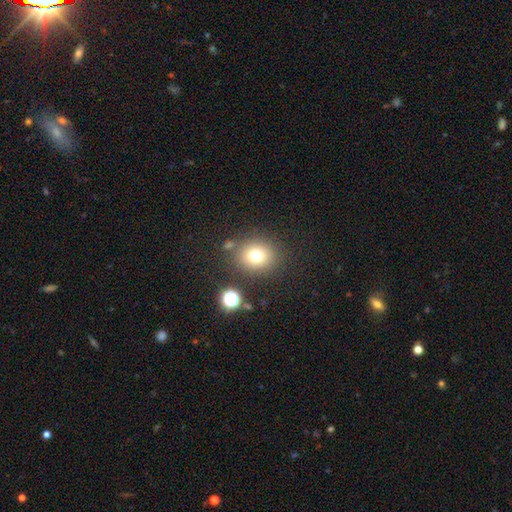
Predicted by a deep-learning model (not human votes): Morphology: type=smooth (74%); roundness=round (82%); merging=none (81%).